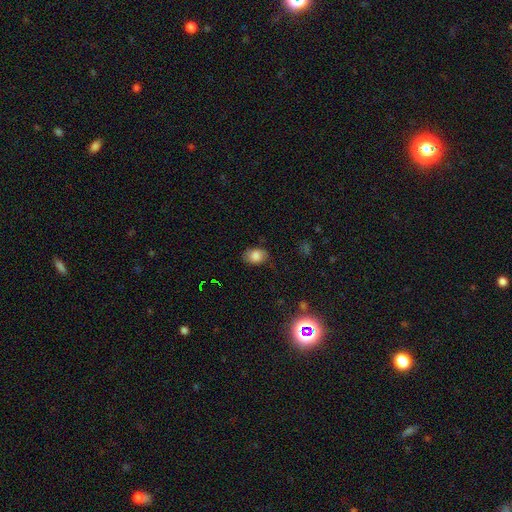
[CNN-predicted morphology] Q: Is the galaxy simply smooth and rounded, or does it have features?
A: smooth — 81%.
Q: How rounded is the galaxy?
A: in between — 77%.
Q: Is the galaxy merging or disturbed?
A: none — 76%.